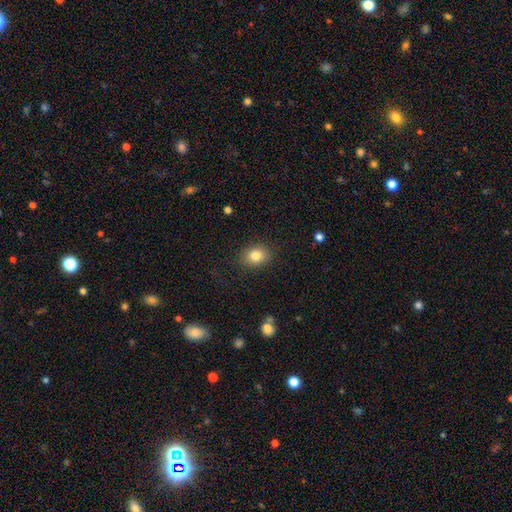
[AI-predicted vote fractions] This is clearly a smooth galaxy (83%). How rounded: possibly in between (54%). Merging: clearly none (86%).